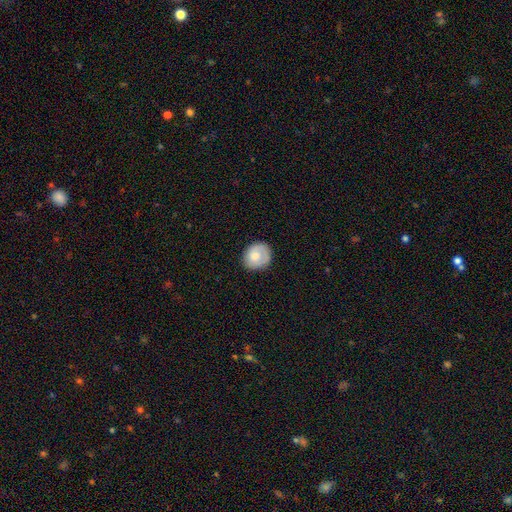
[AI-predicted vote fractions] Overall: smooth (72%). How rounded: round (77%). Merging: none (79%).